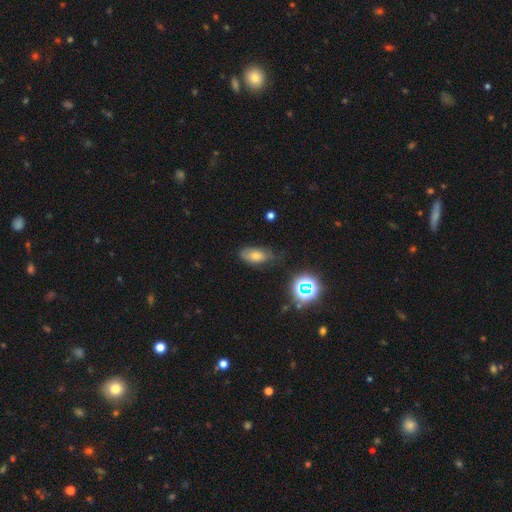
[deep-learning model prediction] smooth_or_featured: smooth (p=0.67) [alt: star or artifact p=0.17]
how_rounded: in between (p=0.87) [alt: round p=0.08]
merging: none (p=0.63) [alt: minor disturbance p=0.28]